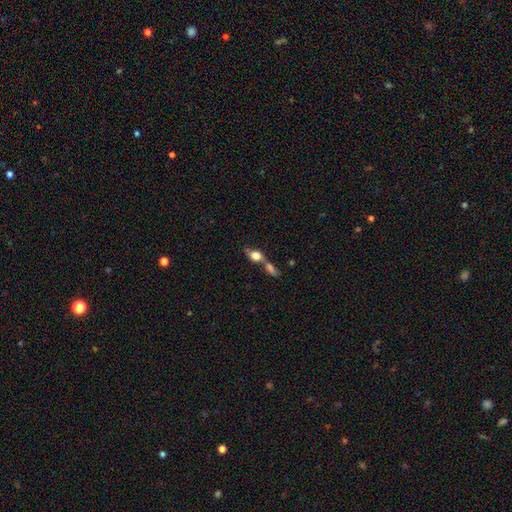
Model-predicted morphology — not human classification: Q: Smooth or featured?
A: smooth (68%); runner-up: featured or disk (21%)
Q: How rounded?
A: in between (60%); runner-up: round (29%)
Q: Merging?
A: merger (59%); runner-up: none (26%)